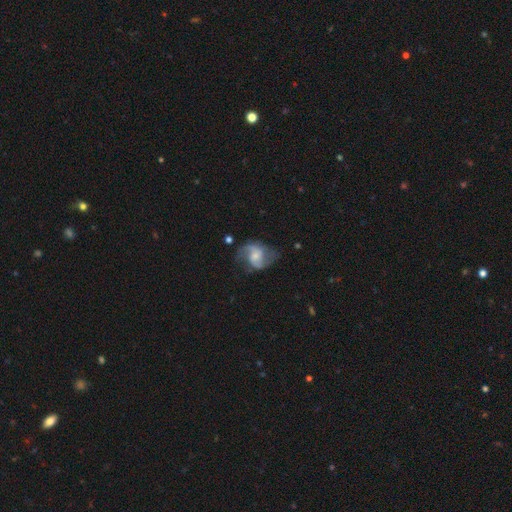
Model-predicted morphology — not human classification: Smooth or featured: featured or disk — 81% (smooth — 13%)
Edge-on disk: no — 98% (yes — 2%)
Bar: no — 48% (weak — 42%)
Spiral arms: yes — 94% (no — 6%)
Spiral winding: loose — 46% (medium — 43%)
Spiral arm count: 2 — 87% (can't tell — 5%)
Bulge size: small — 49% (moderate — 35%)
Merging: none — 63% (minor disturbance — 21%)